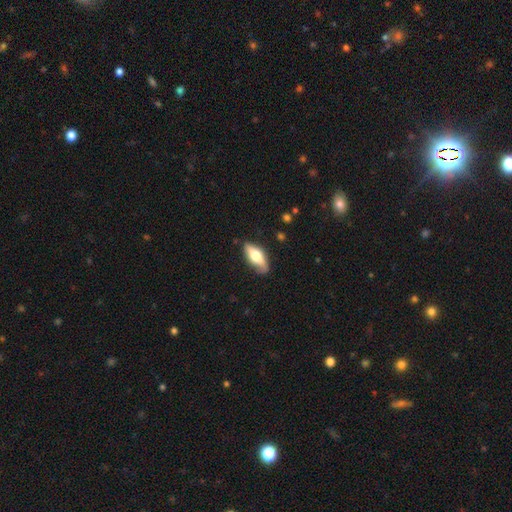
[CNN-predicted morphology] smooth 56%, featured or disk 38%, star or artifact 6%. Down the decision tree: how rounded — in between (75%); merging — none (69%).